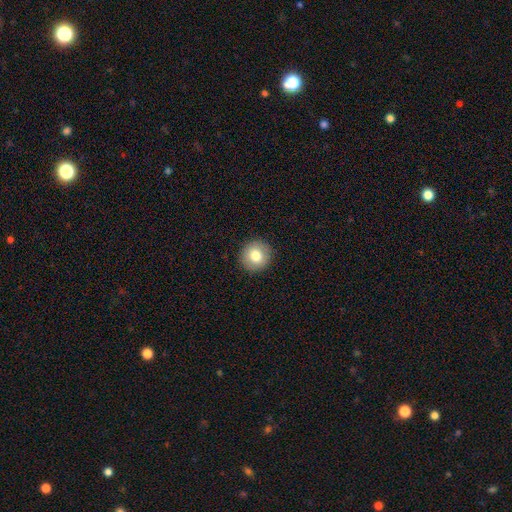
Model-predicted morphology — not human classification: The model was most divided on "smooth or featured": smooth: 79%, featured or disk: 12%, star or artifact: 9%. More confident: how rounded — round (93%); merging — none (92%).